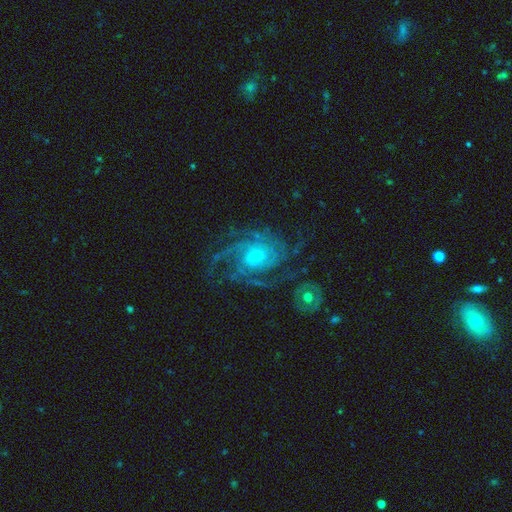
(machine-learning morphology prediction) This is clearly a featured or disk galaxy (89%). It is clearly not viewed edge-on (97%). Bar: likely no (71%). Spiral arm pattern: clearly yes (97%). Spiral arm count: marginally 3 (24%). Spiral winding: possibly tight (54%). Central bulge: likely small (65%). Merging: likely none (64%).